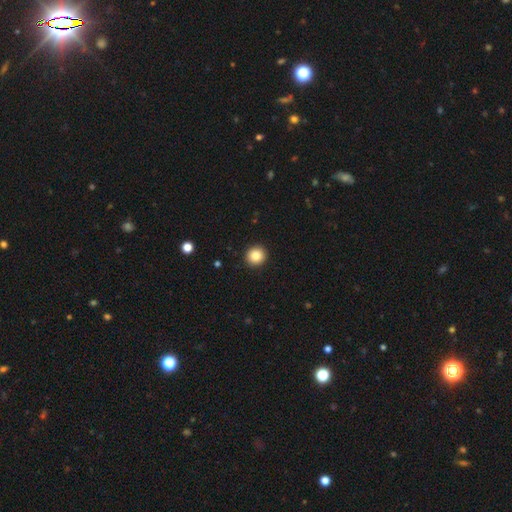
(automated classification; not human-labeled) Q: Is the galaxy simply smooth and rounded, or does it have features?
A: smooth — 86%.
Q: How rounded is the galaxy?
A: round — 93%.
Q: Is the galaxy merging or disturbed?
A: none — 93%.